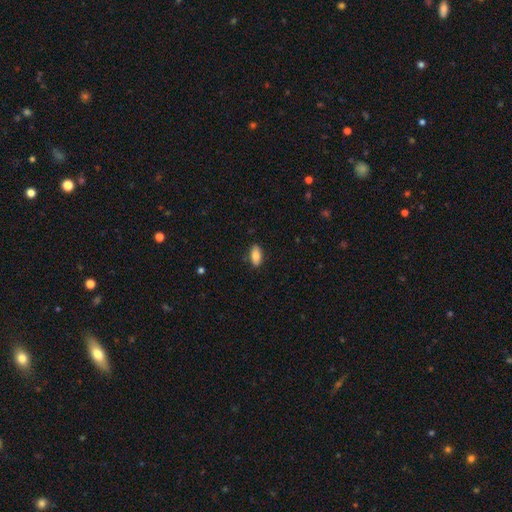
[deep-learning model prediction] A smooth galaxy with no disk features (83%) that is in between round and cigar-shaped (88%).

Vote fractions:
- Smooth or featured? smooth: 83% / featured or disk: 10% / star or artifact: 7%
- How rounded? in between: 88% / cigar-shaped: 9% / round: 3%
- Merging? none: 86% / minor disturbance: 11% / major disturbance: 2% / merger: 1%